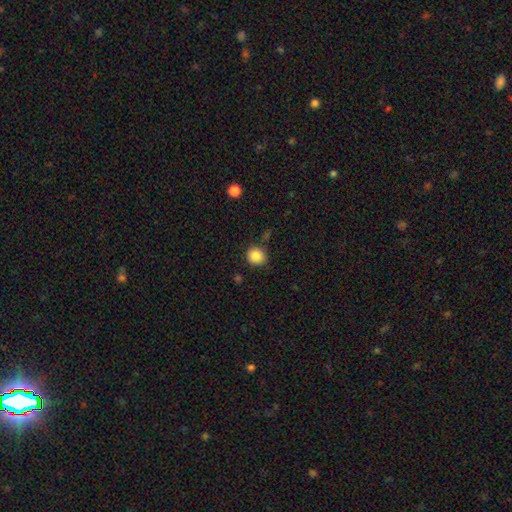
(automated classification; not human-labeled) Q: Smooth or featured?
A: smooth (87%); runner-up: star or artifact (10%)
Q: How rounded?
A: round (87%); runner-up: in between (12%)
Q: Merging?
A: none (84%); runner-up: minor disturbance (10%)